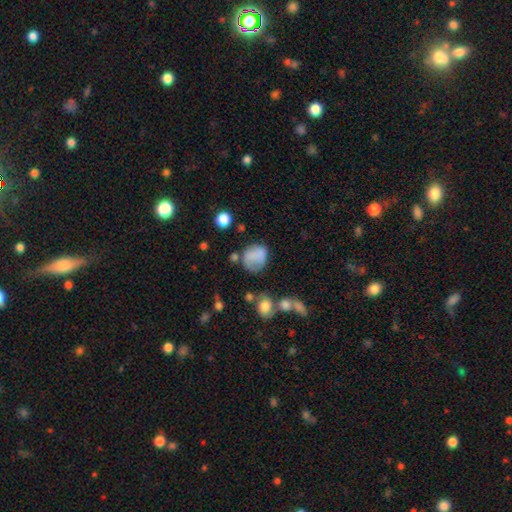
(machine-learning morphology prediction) The model was most divided on "how rounded": round: 61%, in between: 38%, cigar-shaped: 1%. More confident: smooth or featured — smooth (74%); merging — none (51%).